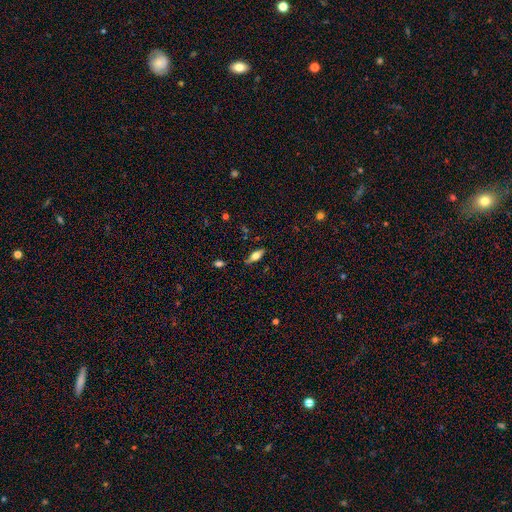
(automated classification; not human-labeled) Smooth or featured? smooth (53%)
How rounded? in between (65%)
Merging? none (84%)